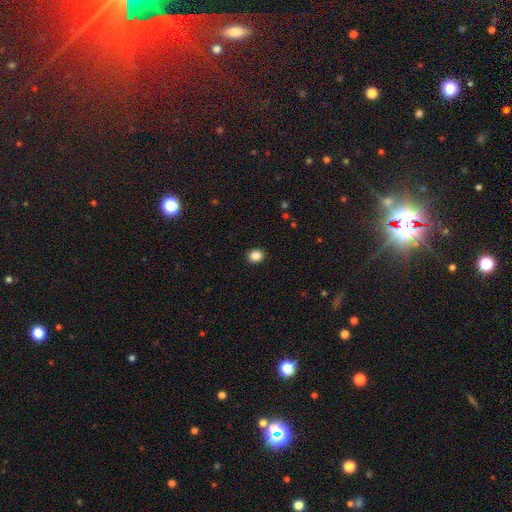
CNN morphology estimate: Q: Smooth or featured?
A: smooth (86%); runner-up: star or artifact (10%)
Q: How rounded?
A: round (75%); runner-up: in between (24%)
Q: Merging?
A: none (92%); runner-up: minor disturbance (5%)